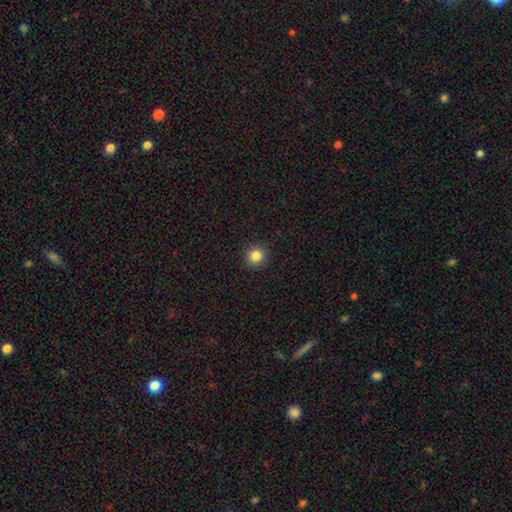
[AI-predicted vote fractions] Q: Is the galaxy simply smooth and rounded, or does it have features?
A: smooth — 85%.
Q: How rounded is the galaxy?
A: round — 93%.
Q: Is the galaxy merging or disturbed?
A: none — 92%.